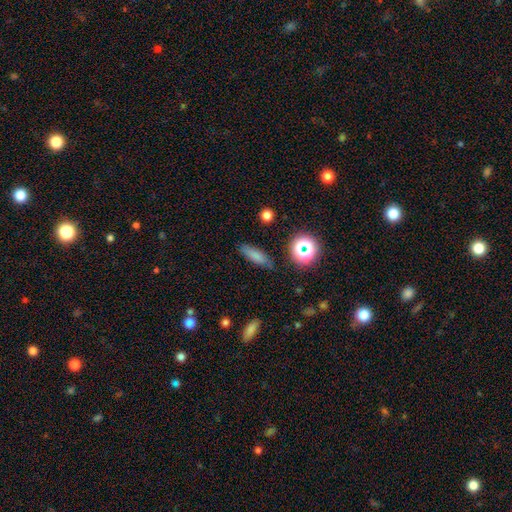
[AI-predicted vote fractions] Q: Smooth or featured?
A: smooth (75%); runner-up: star or artifact (14%)
Q: How rounded?
A: in between (48%); runner-up: cigar-shaped (46%)
Q: Merging?
A: none (81%); runner-up: minor disturbance (13%)